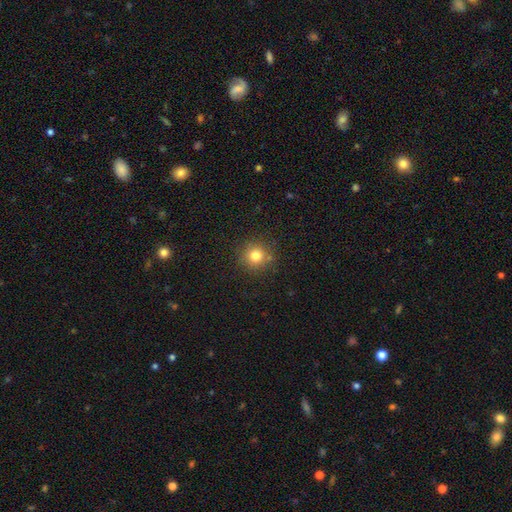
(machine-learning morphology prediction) A smooth galaxy with no disk features (78%) that is round (94%). Merging: none (86%).